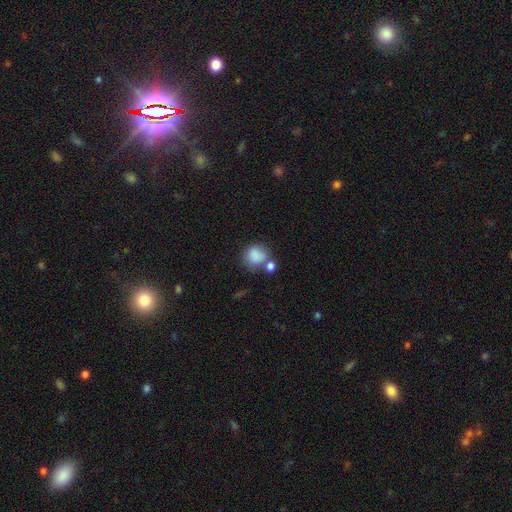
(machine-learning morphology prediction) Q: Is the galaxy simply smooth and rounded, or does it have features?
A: smooth — 84%.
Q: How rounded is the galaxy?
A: round — 77%.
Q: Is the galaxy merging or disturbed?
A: none — 50%.